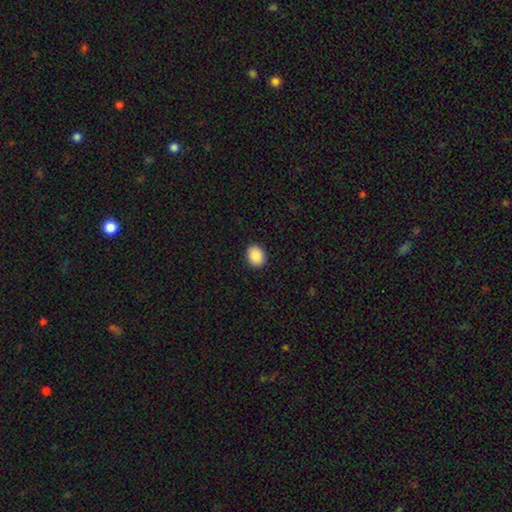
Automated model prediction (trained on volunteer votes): The model was most divided on "how rounded": round: 54%, in between: 45%, cigar-shaped: 1%. More confident: merging — none (91%); smooth or featured — smooth (89%).